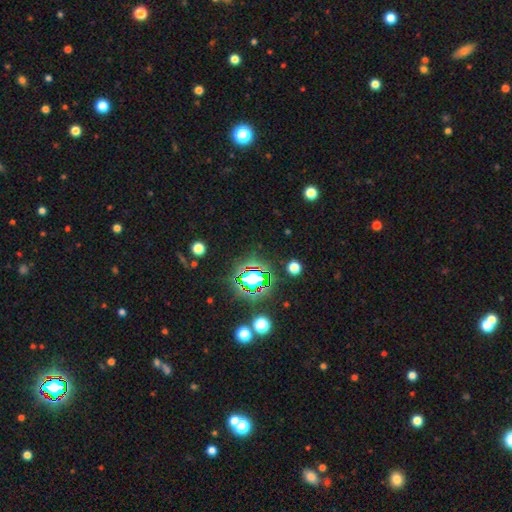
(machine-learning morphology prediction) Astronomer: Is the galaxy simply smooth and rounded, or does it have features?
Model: star or artifact — 79%.